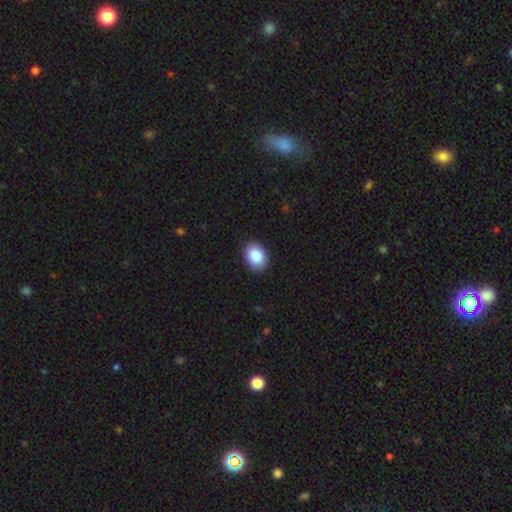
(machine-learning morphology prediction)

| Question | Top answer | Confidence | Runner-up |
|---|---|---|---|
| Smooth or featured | smooth | 87% | star or artifact (8%) |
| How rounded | in between | 70% | round (29%) |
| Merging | none | 90% | minor disturbance (8%) |